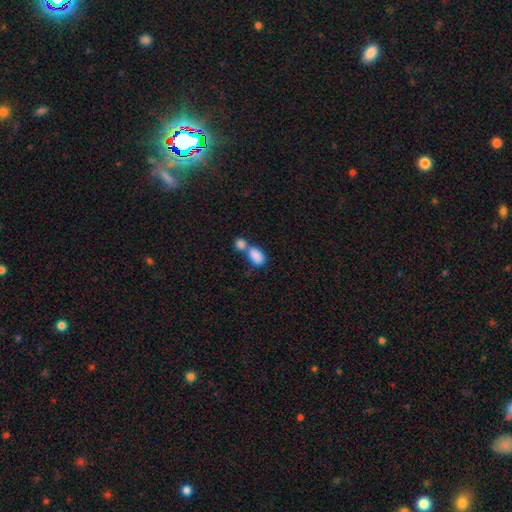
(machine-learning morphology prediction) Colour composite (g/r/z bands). It shows a smooth galaxy with no disk features (85%) that is in between round and cigar-shaped (90%). Merging: merger (62%).